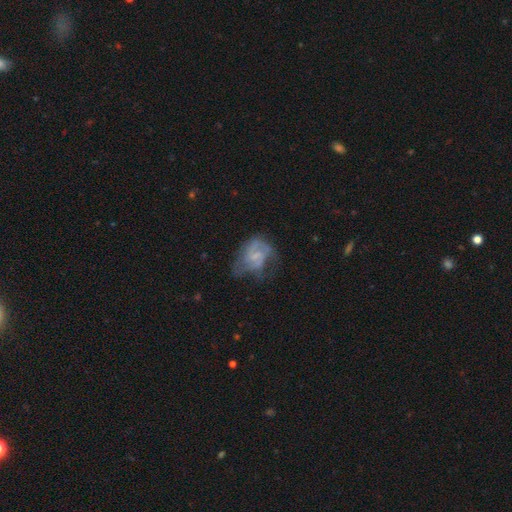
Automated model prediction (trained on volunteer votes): featured or disk 64%, smooth 27%, star or artifact 9%. Down the decision tree: edge-on disk — no (98%); bar — weak (46%); spiral arms — yes (77%); bulge size — small (45%); merging — none (36%).